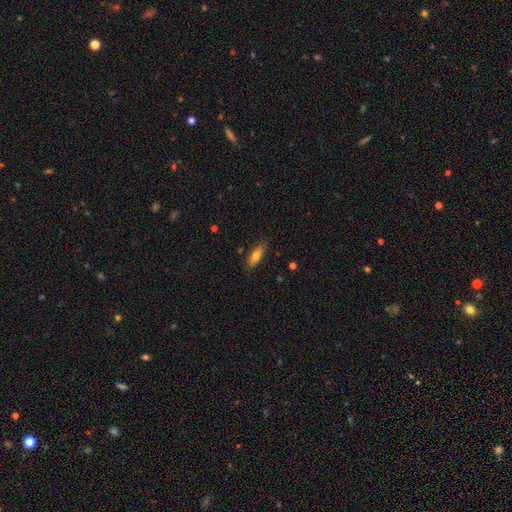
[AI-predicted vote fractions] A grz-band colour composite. It shows a smooth galaxy with no disk features (71%) that is in between round and cigar-shaped (60%). Merging: none (81%).